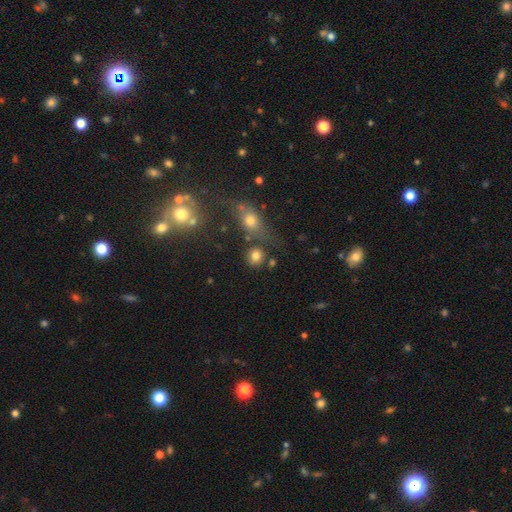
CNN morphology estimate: Smooth or featured? Predicted: smooth (p=0.79). How rounded? Predicted: round (p=0.82). Merging? Predicted: none (p=0.70).